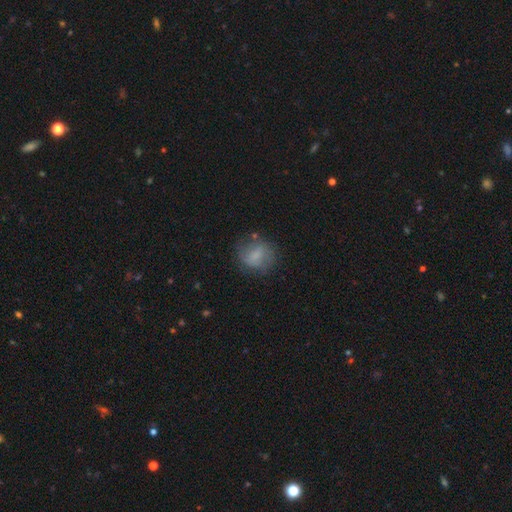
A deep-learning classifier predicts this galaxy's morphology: smooth_or_featured: smooth (p=0.62) [alt: featured or disk p=0.28]
how_rounded: round (p=0.66) [alt: in between p=0.32]
merging: none (p=0.66) [alt: minor disturbance p=0.21]